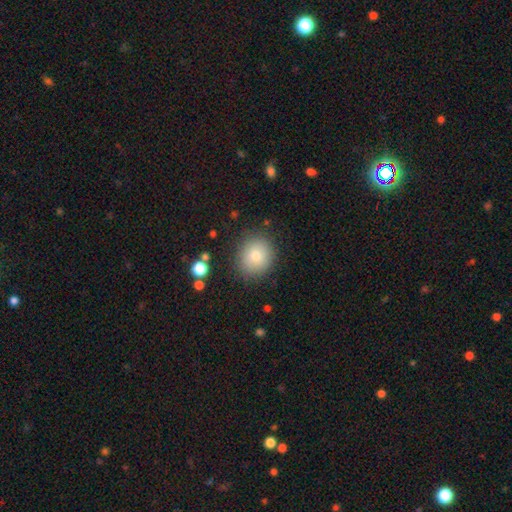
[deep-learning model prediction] A smooth galaxy with no disk features (81%) that is round (77%). Merging: none (84%).